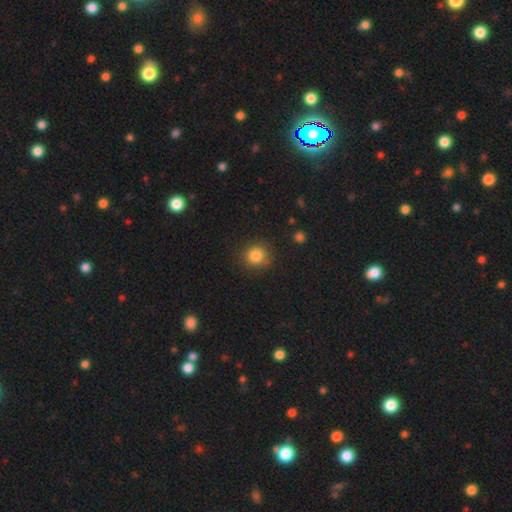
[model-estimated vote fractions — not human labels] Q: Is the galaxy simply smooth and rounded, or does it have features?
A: smooth — 84%.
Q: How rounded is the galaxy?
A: round — 90%.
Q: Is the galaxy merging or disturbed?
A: none — 84%.